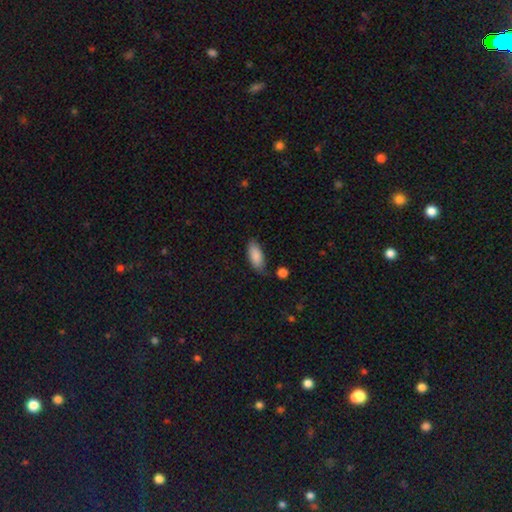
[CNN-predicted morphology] A smooth galaxy with no disk features (87%) that is in between round and cigar-shaped (84%).

Vote fractions:
- Smooth or featured? smooth: 87% / featured or disk: 7% / star or artifact: 6%
- How rounded? in between: 84% / cigar-shaped: 14% / round: 2%
- Merging? none: 75% / minor disturbance: 18% / major disturbance: 4% / merger: 3%